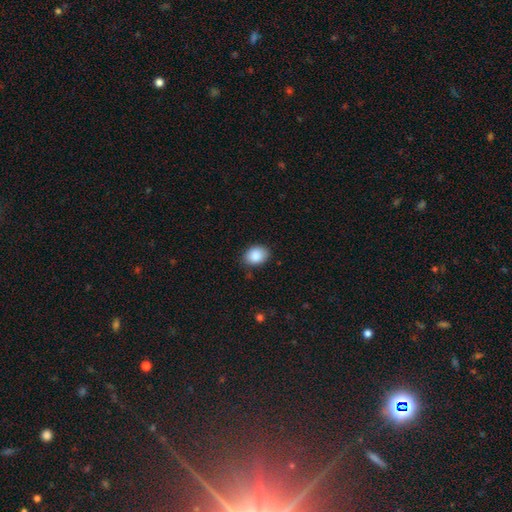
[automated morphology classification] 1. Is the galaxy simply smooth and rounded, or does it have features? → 88% smooth, 8% star or artifact, 5% featured or disk.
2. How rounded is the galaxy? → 71% in between, 28% round, 1% cigar-shaped.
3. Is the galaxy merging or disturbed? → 82% none, 14% minor disturbance, 3% major disturbance, 1% merger.